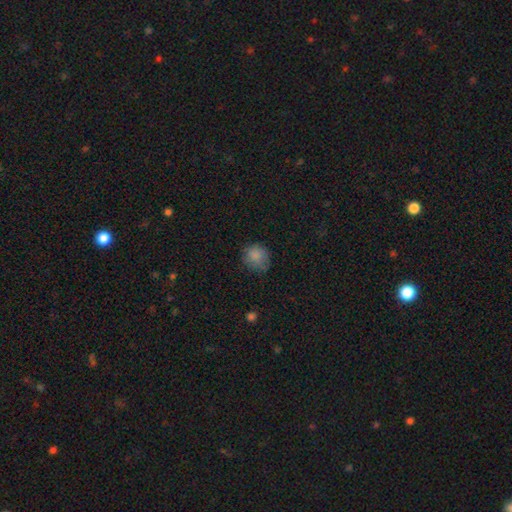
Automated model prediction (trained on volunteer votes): Morphology: type=smooth (83%); roundness=round (78%); merging=none (68%).